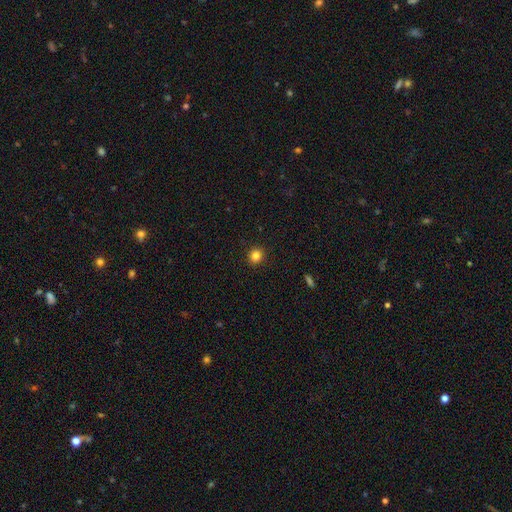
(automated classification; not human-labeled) The model was most divided on "smooth or featured": smooth: 84%, star or artifact: 12%, featured or disk: 5%. More confident: merging — none (92%); how rounded — round (88%).